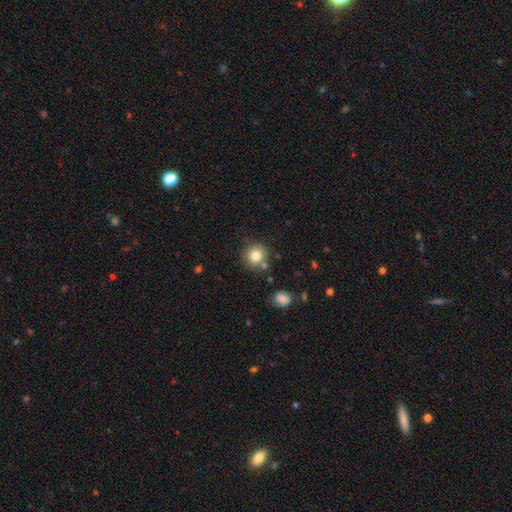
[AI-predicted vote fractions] smooth-or-featured: smooth: 81% | star or artifact: 11% | featured or disk: 8%
  how-rounded: round: 91% | in between: 8% | cigar-shaped: 1%
  merging: none: 78% | minor disturbance: 11% | merger: 9% | major disturbance: 3%